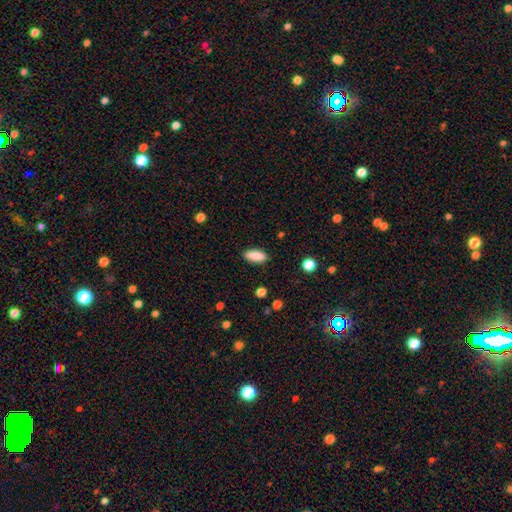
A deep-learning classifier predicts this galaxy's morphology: This appears to be a smooth galaxy with no disk features (87%) that is in between round and cigar-shaped (81%). Merging: none (87%).